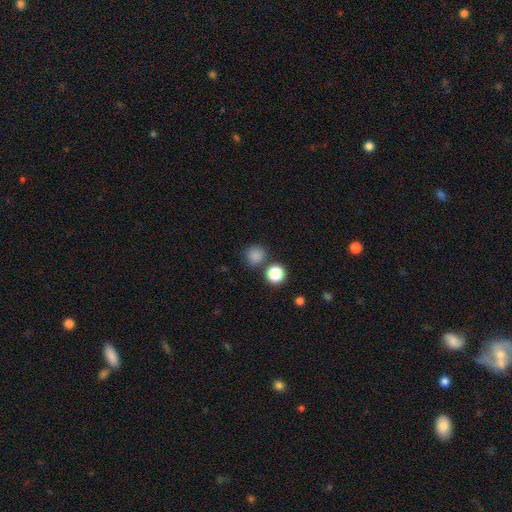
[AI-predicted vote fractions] Overall: smooth (82%). How rounded: round (90%). Merging: none (77%).